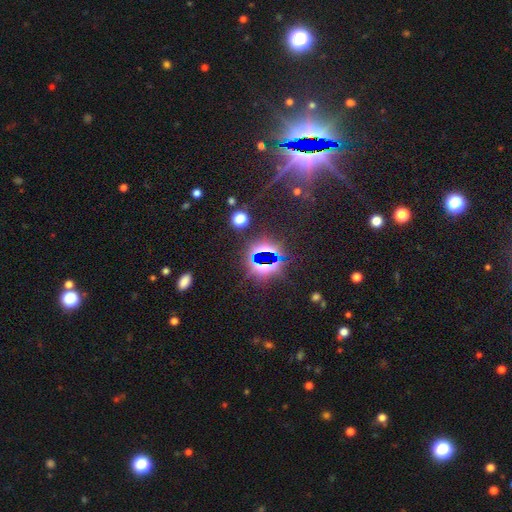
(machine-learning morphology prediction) A star or artifact, not a galaxy (76%).

Vote fractions:
- Smooth or featured? star or artifact: 76% / smooth: 14% / featured or disk: 10%